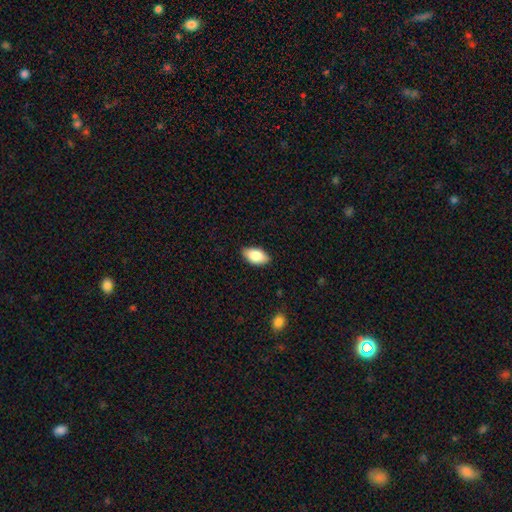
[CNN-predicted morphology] Smooth or featured? Predicted: smooth (p=0.85). How rounded? Predicted: in between (p=0.93). Merging? Predicted: none (p=0.85).